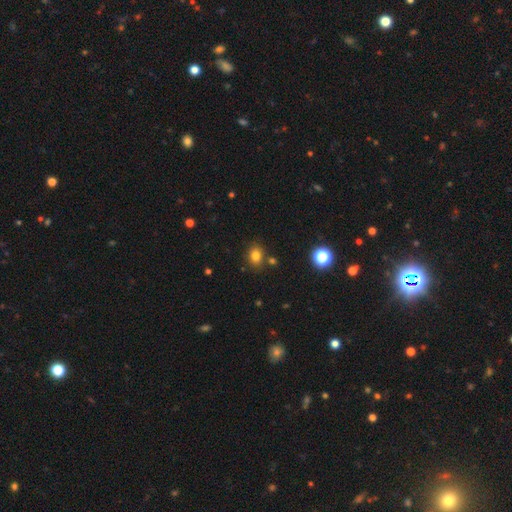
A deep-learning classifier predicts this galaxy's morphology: Smooth or featured: smooth — 79% (star or artifact — 14%)
How rounded: in between — 52% (round — 47%)
Merging: none — 80% (minor disturbance — 10%)